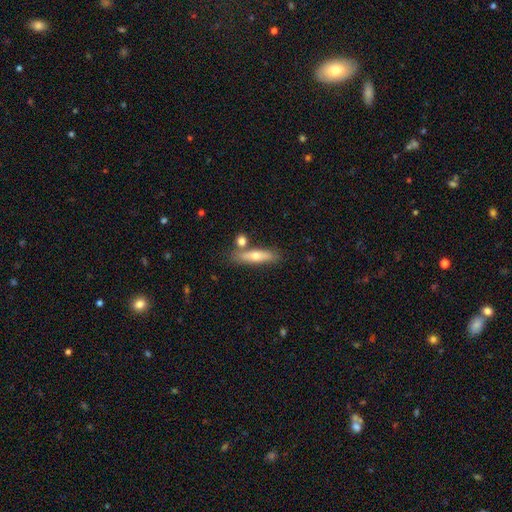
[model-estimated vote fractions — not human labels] This is possibly a smooth galaxy (55%). How rounded: likely cigar-shaped (72%). Merging: likely none (72%).